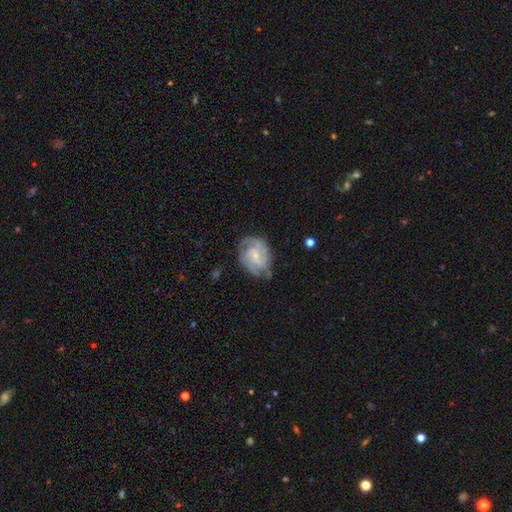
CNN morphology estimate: A featured or disk galaxy (81%) with no bar (48%), 3 (34%) tight (48%) spiral arms (95%) and a small central bulge (70%).

Vote fractions:
- Smooth or featured? featured or disk: 81% / smooth: 13% / star or artifact: 5%
- Edge-on disk? no: 98% / yes: 2%
- Bar? no: 48% / weak: 44% / strong: 8%
- Spiral arms? yes: 95% / no: 5%
- Spiral winding? tight: 48% / medium: 42% / loose: 10%
- Spiral arm count? 3: 34% / 2: 27% / can't tell: 20% / 4: 10% / 1: 5% / more than 4: 5%
- Bulge size? small: 70% / moderate: 22% / none: 6% / large: 1% / dominant: 1%
- Merging? none: 70% / minor disturbance: 21% / major disturbance: 7% / merger: 1%